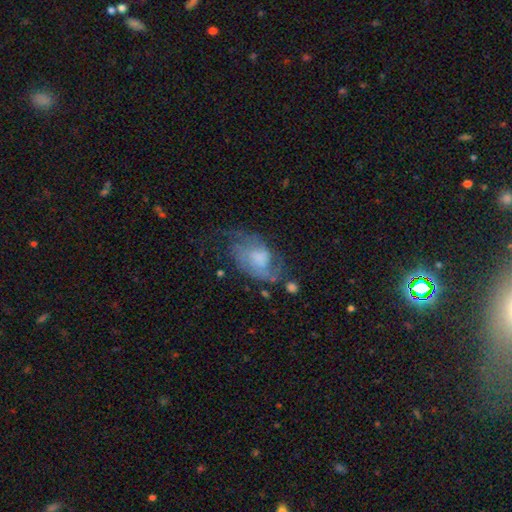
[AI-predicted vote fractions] Smooth or featured? Predicted: featured or disk (p=0.63). Edge-on disk? Predicted: no (p=0.94). Bar? Predicted: no (p=0.63). Spiral arms? Predicted: yes (p=0.85). Spiral winding? Predicted: medium (p=0.45). Spiral arm count? Predicted: 2 (p=0.58). Bulge size? Predicted: moderate (p=0.45). Merging? Predicted: none (p=0.61).